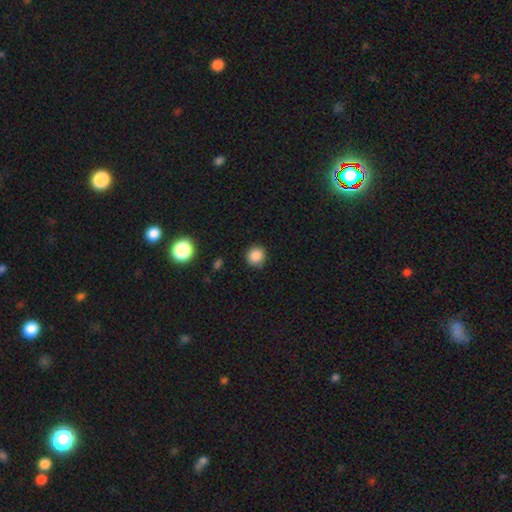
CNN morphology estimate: Q: Smooth or featured?
A: smooth (86%); runner-up: star or artifact (11%)
Q: How rounded?
A: round (90%); runner-up: in between (9%)
Q: Merging?
A: none (87%); runner-up: minor disturbance (9%)